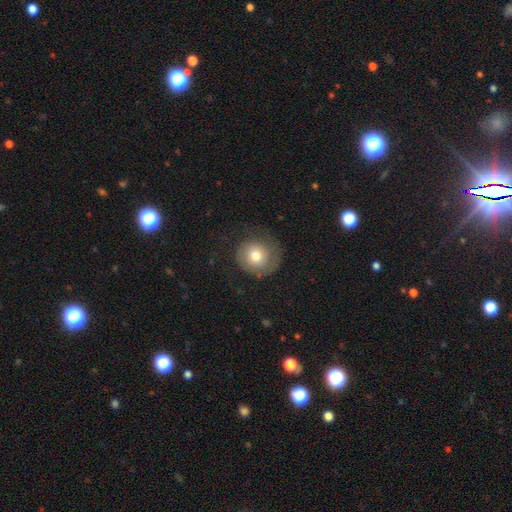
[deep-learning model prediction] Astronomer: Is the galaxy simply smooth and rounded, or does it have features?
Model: smooth — 69%.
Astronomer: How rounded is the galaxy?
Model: round — 90%.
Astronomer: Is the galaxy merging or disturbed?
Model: none — 61%.